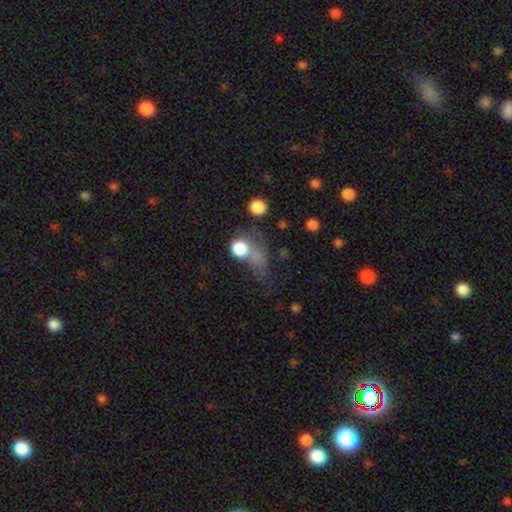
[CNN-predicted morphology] Smooth or featured? smooth (67%)
How rounded? round (65%)
Merging? major disturbance (37%)